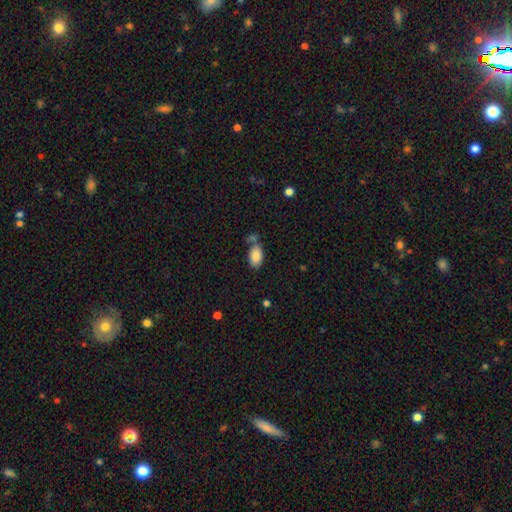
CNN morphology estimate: A smooth galaxy with no disk features (86%) that is in between round and cigar-shaped (94%).

Vote fractions:
- Smooth or featured? smooth: 86% / star or artifact: 7% / featured or disk: 7%
- How rounded? in between: 94% / round: 5% / cigar-shaped: 2%
- Merging? none: 59% / merger: 21% / minor disturbance: 15% / major disturbance: 5%